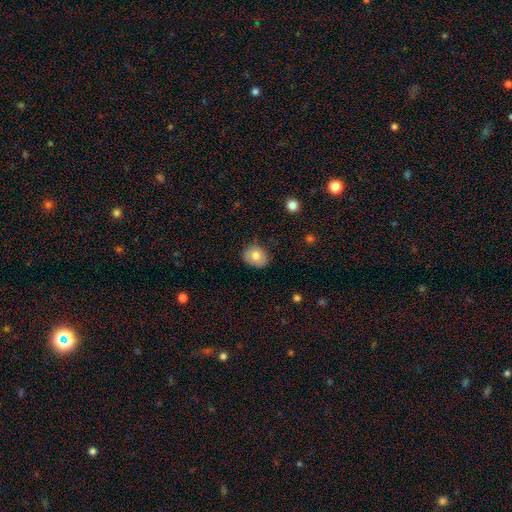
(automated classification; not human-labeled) This appears to be a smooth galaxy with no disk features (73%) that is round (53%). Merging: none (79%).